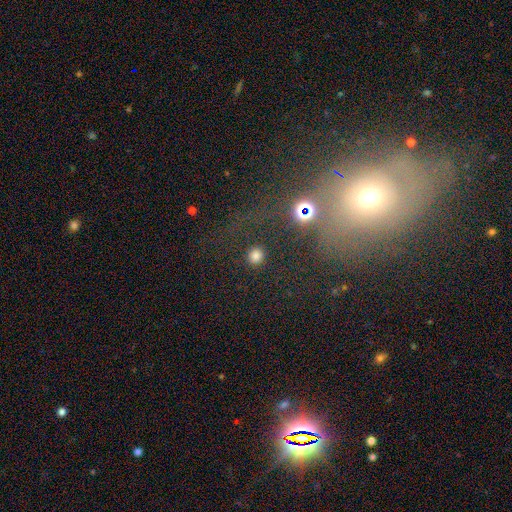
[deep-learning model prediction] This appears to be a smooth galaxy with no disk features (77%) that is round (89%). Merging: none (89%).